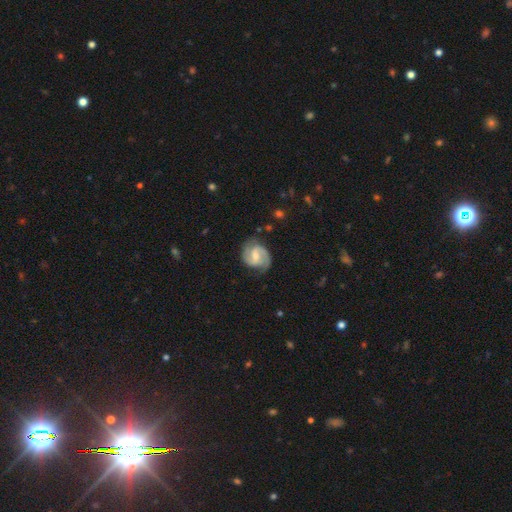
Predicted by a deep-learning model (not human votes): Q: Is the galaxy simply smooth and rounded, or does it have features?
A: featured or disk — 85%.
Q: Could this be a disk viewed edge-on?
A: no — 98%.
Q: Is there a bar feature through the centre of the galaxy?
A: weak — 56%.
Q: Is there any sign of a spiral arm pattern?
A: yes — 97%.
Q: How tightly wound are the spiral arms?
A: medium — 53%.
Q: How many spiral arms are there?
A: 2 — 90%.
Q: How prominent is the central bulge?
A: moderate — 45%.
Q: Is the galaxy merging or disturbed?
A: none — 75%.